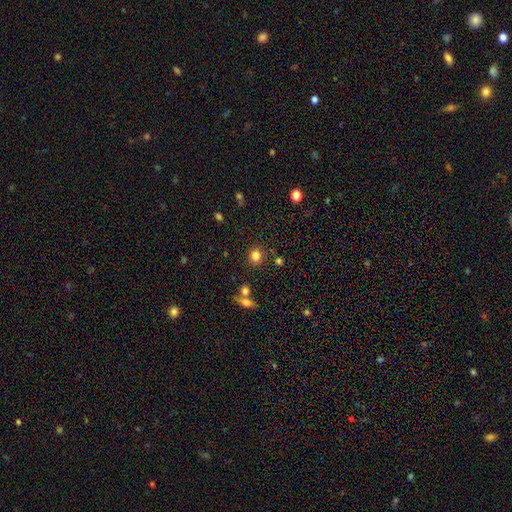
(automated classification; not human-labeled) Overall: smooth (81%). How rounded: round (82%). Merging: none (83%).